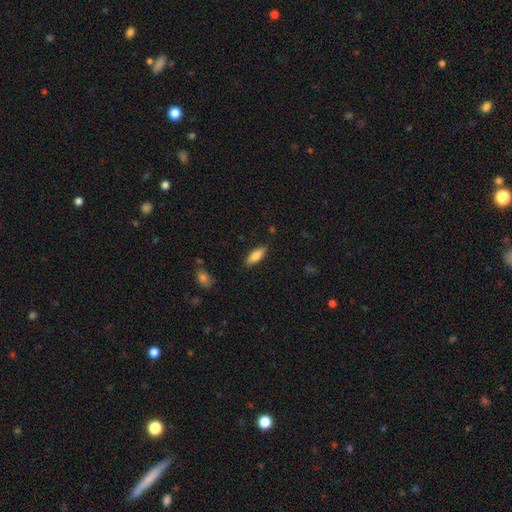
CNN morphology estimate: Smooth or featured?
  - smooth: 80% *
  - featured or disk: 13%
  - star or artifact: 6%
How rounded?
  - in between: 71% *
  - cigar-shaped: 28%
  - round: 2%
Merging?
  - none: 86% *
  - minor disturbance: 11%
  - major disturbance: 2%
  - merger: 1%